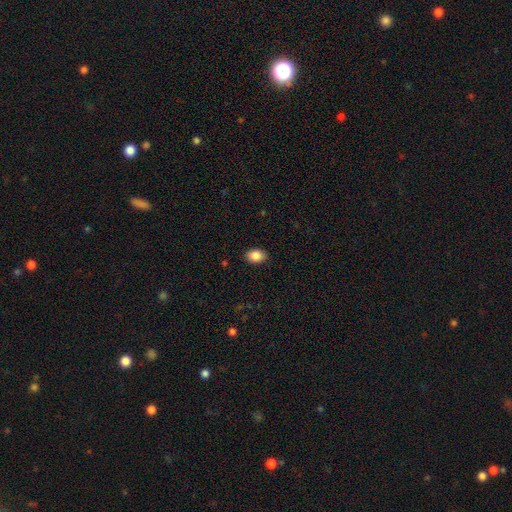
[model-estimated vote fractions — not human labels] Smooth or featured: smooth — 87% (star or artifact — 8%)
How rounded: in between — 78% (round — 20%)
Merging: none — 88% (minor disturbance — 9%)